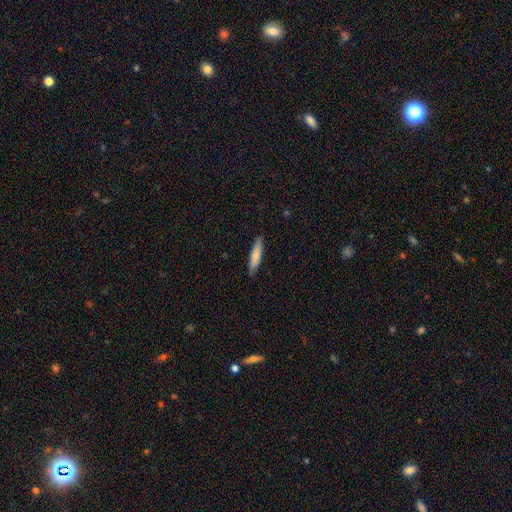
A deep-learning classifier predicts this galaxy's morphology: Overall: smooth (78%). How rounded: cigar-shaped (82%). Merging: none (87%).